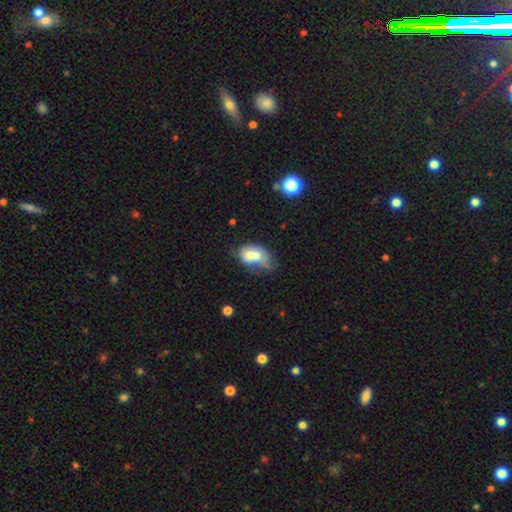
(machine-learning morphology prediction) smooth-or-featured: smooth: 65% | featured or disk: 26% | star or artifact: 9%
  how-rounded: in between: 85% | round: 13% | cigar-shaped: 2%
  merging: merger: 41% | minor disturbance: 22% | none: 20% | major disturbance: 17%